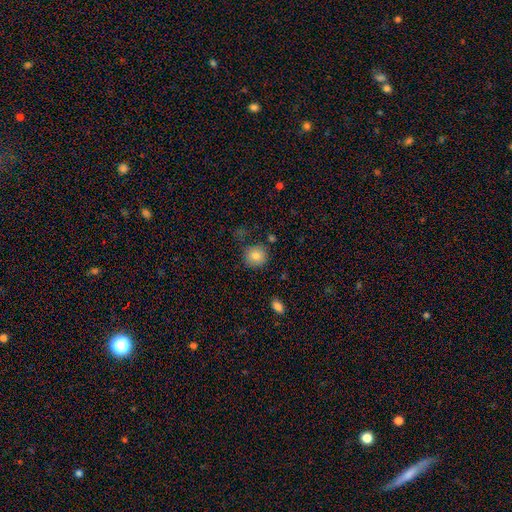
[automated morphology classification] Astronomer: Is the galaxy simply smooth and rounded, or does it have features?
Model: smooth — 83%.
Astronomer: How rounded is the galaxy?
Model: round — 88%.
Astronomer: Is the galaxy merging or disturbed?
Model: none — 81%.